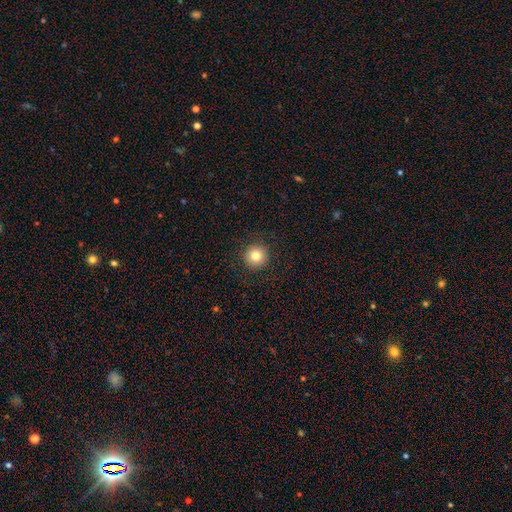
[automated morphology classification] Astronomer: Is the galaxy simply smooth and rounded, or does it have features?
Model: smooth — 81%.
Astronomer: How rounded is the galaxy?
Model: round — 95%.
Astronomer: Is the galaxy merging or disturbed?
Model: none — 91%.